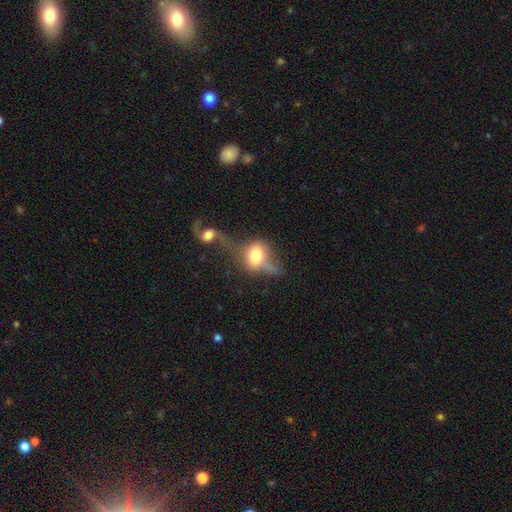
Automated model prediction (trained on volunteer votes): A smooth galaxy with no disk features (57%) that is round (49%).

Vote fractions:
- Smooth or featured? smooth: 57% / featured or disk: 33% / star or artifact: 10%
- How rounded? round: 49% / in between: 48% / cigar-shaped: 4%
- Merging? merger: 47% / none: 21% / major disturbance: 19% / minor disturbance: 12%